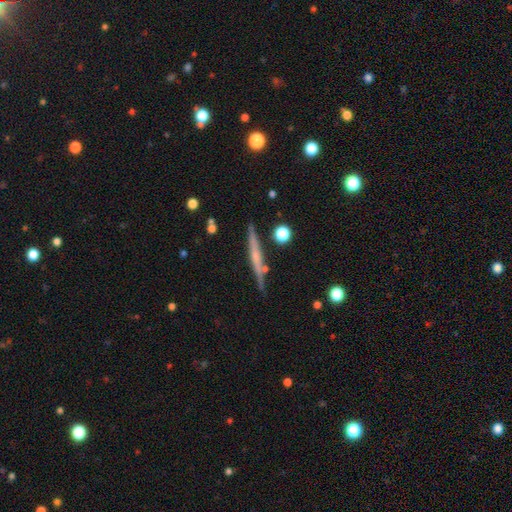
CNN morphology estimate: Overall: featured or disk (60%; smooth 33%). Edge-on disk: yes (96%). Edge-on bulge: none (58%; rounded 33%). Merging: none (84%).